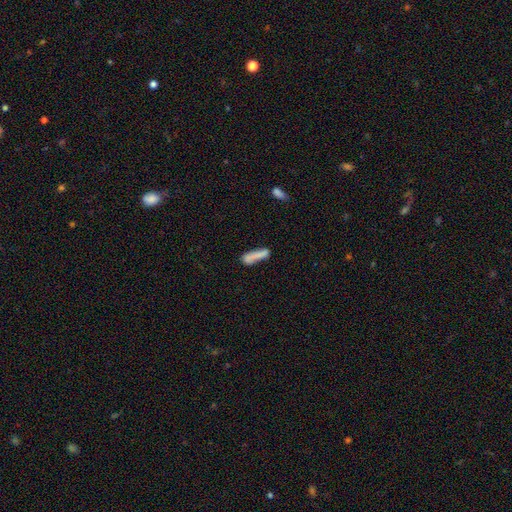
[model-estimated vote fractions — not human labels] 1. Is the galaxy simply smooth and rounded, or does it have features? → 76% smooth, 15% featured or disk, 8% star or artifact.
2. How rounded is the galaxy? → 79% cigar-shaped, 19% in between, 2% round.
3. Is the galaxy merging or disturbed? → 54% none, 21% minor disturbance, 16% merger, 9% major disturbance.